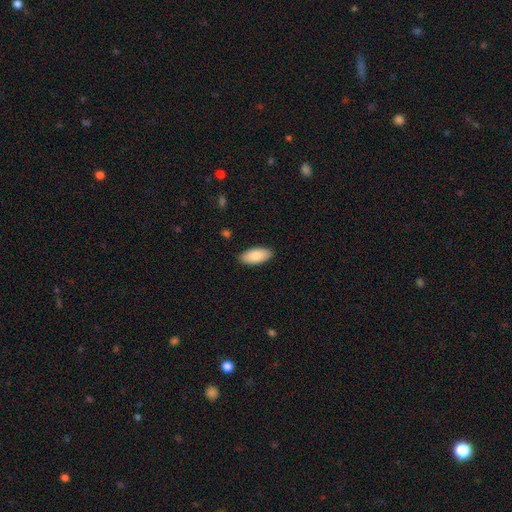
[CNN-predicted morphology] Smooth or featured: smooth — 85% (featured or disk — 9%)
How rounded: in between — 91% (cigar-shaped — 7%)
Merging: none — 88% (minor disturbance — 9%)